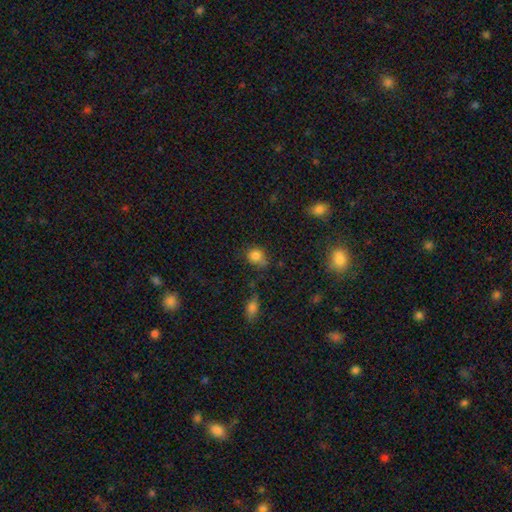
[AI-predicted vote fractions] Q: Smooth or featured?
A: smooth (82%); runner-up: star or artifact (12%)
Q: How rounded?
A: round (77%); runner-up: in between (22%)
Q: Merging?
A: none (59%); runner-up: minor disturbance (26%)